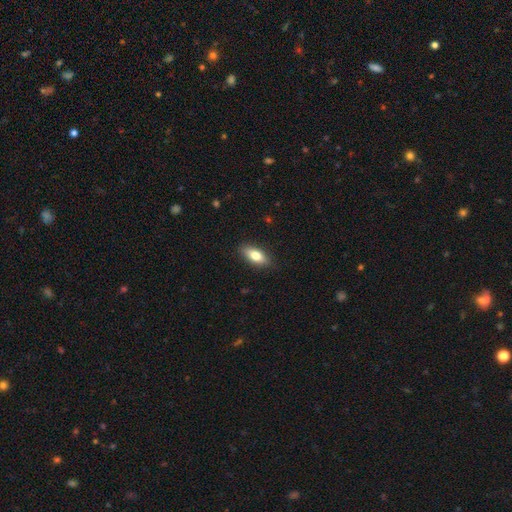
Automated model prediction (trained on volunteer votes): Overall: smooth (73%). How rounded: in between (80%). Merging: none (87%).